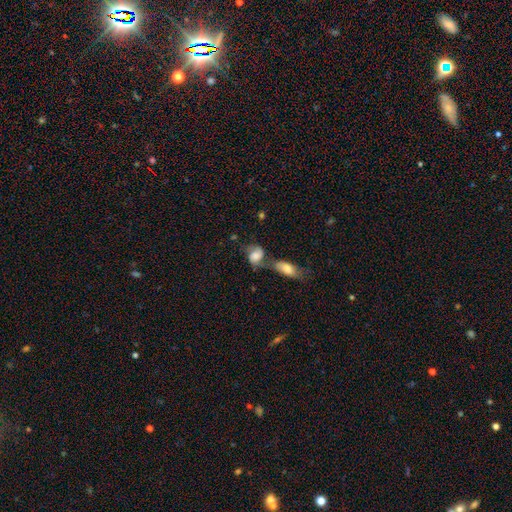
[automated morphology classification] type=featured or disk (53%); edge-on=no (96%); bar=no (58%); spiral arms=yes (88%); bulge=large (34%); merging=merger (43%).